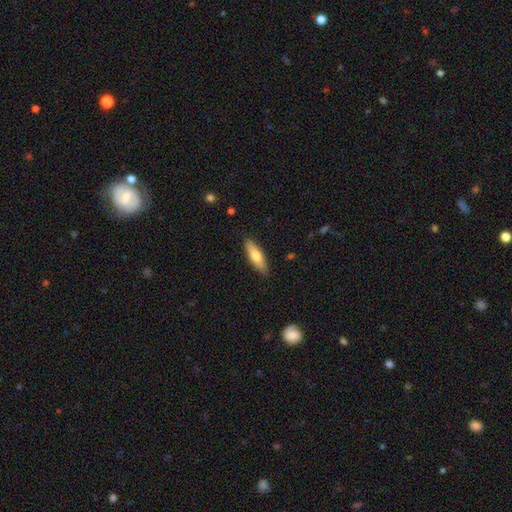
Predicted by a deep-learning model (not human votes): Q: Smooth or featured?
A: smooth (64%); runner-up: featured or disk (31%)
Q: How rounded?
A: cigar-shaped (59%); runner-up: in between (39%)
Q: Merging?
A: none (88%); runner-up: minor disturbance (9%)